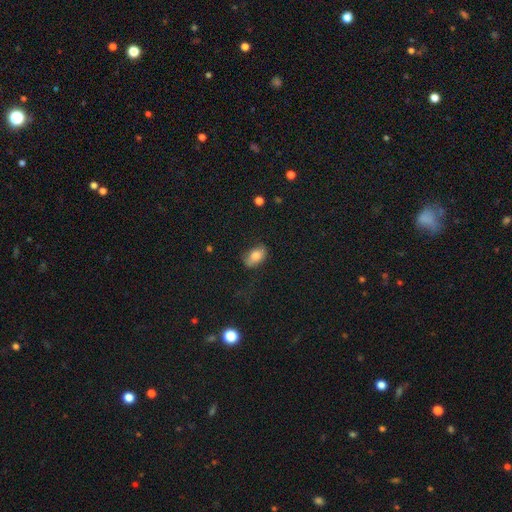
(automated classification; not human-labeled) This is likely a smooth galaxy (78%). How rounded: clearly in between (90%). Merging: likely none (71%).